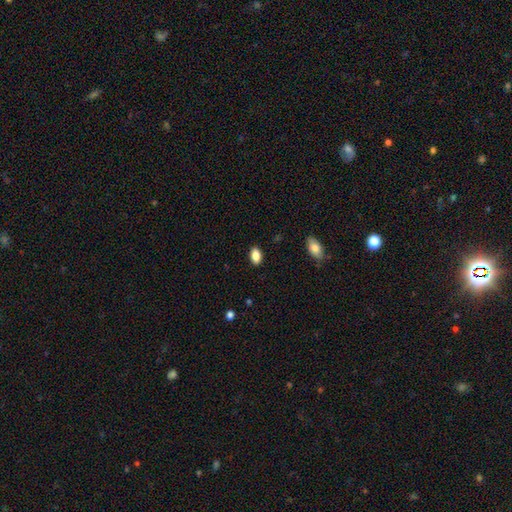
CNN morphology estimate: smooth-or-featured: smooth: 87% | star or artifact: 8% | featured or disk: 5%
  how-rounded: in between: 89% | round: 8% | cigar-shaped: 3%
  merging: none: 88% | minor disturbance: 9% | major disturbance: 2% | merger: 1%